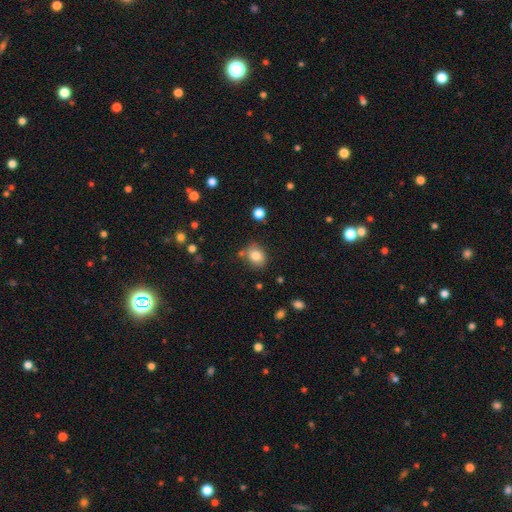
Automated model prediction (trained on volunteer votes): smooth-or-featured: smooth: 82% | star or artifact: 10% | featured or disk: 8%
  how-rounded: round: 50% | in between: 49% | cigar-shaped: 1%
  merging: none: 75% | minor disturbance: 15% | merger: 7% | major disturbance: 4%